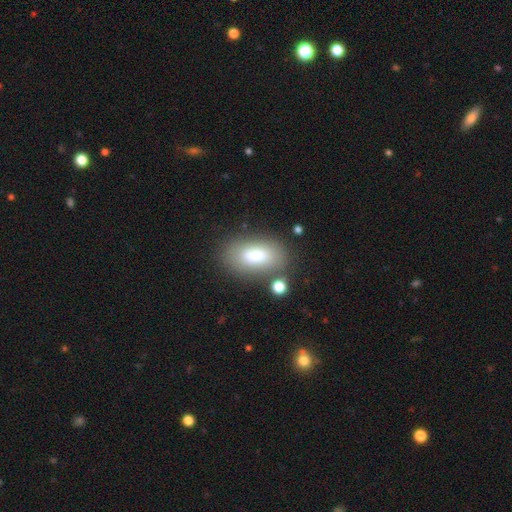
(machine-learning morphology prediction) smooth-or-featured: smooth: 79% | featured or disk: 13% | star or artifact: 8%
  how-rounded: in between: 91% | round: 5% | cigar-shaped: 4%
  merging: none: 71% | minor disturbance: 14% | merger: 9% | major disturbance: 6%